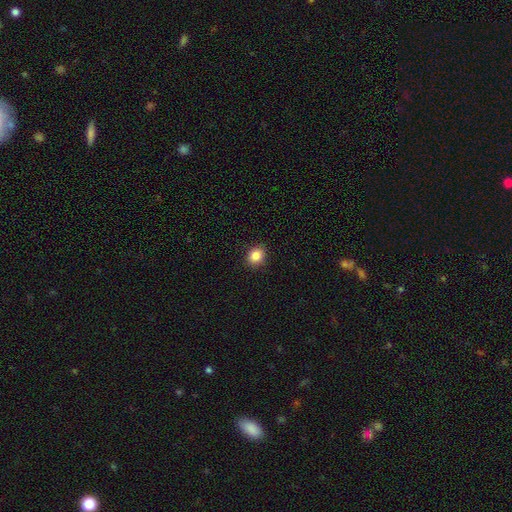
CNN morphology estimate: smooth_or_featured: smooth (p=0.86) [alt: star or artifact p=0.10]
how_rounded: round (p=0.58) [alt: in between p=0.41]
merging: none (p=0.89) [alt: minor disturbance p=0.08]